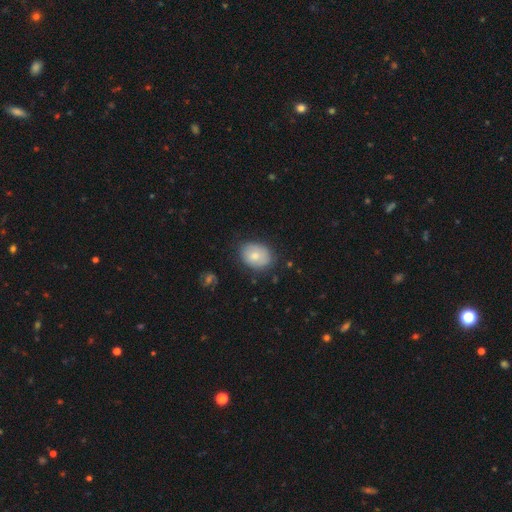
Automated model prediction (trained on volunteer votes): This is likely a smooth galaxy (75%). How rounded: likely in between (67%). Merging: likely none (74%).